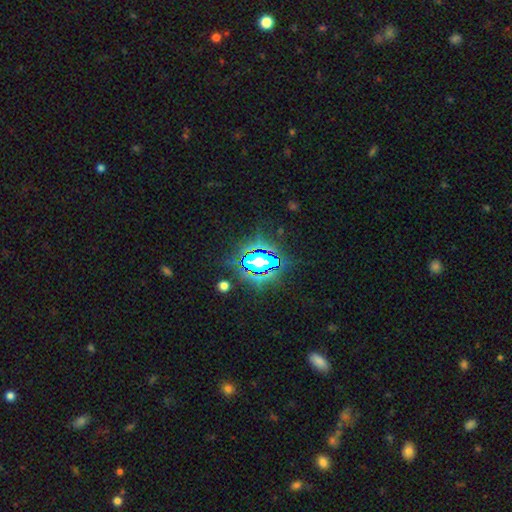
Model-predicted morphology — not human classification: Smooth or featured? star or artifact (80%)